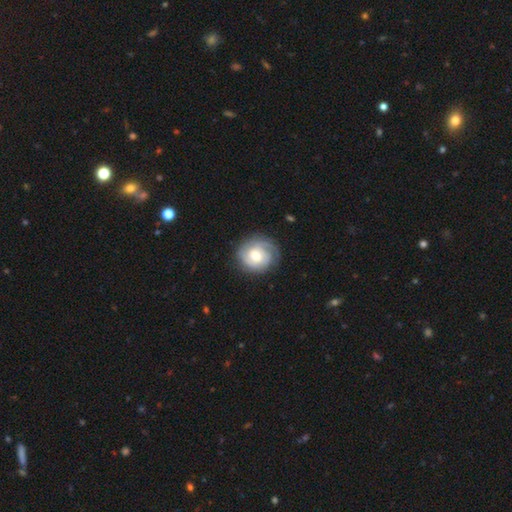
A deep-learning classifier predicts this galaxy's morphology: Smooth or featured?
  - featured or disk: 73% *
  - smooth: 21%
  - star or artifact: 6%
Edge-on disk?
  - no: 98% *
  - yes: 2%
Bar?
  - no: 57% *
  - weak: 36%
  - strong: 7%
Spiral arms?
  - yes: 93% *
  - no: 7%
Spiral winding?
  - tight: 65% *
  - medium: 26%
  - loose: 8%
Spiral arm count?
  - 2: 32% *
  - can't tell: 28%
  - 3: 23%
  - 1: 8%
  - 4: 5%
  - more than 4: 4%
Bulge size?
  - moderate: 69% *
  - small: 22%
  - large: 7%
  - none: 1%
  - dominant: 1%
Merging?
  - none: 78% *
  - minor disturbance: 15%
  - major disturbance: 6%
  - merger: 1%